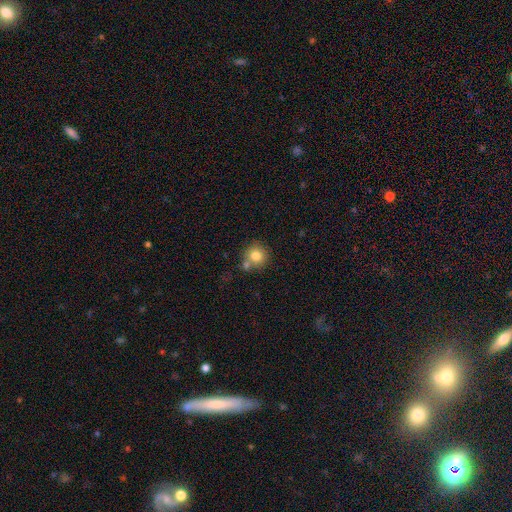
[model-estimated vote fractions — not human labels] Q: Smooth or featured?
A: smooth (79%); runner-up: featured or disk (11%)
Q: How rounded?
A: round (91%); runner-up: in between (8%)
Q: Merging?
A: none (63%); runner-up: merger (23%)